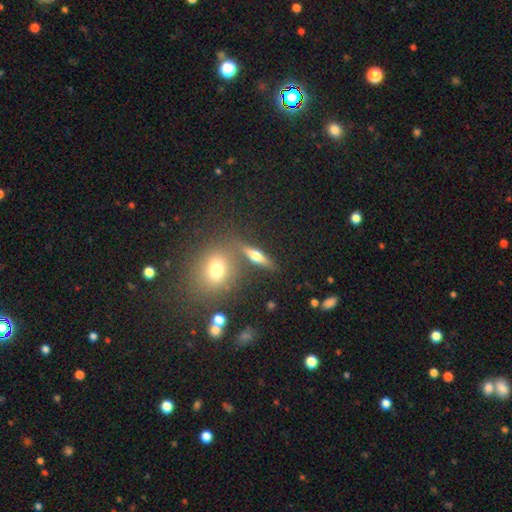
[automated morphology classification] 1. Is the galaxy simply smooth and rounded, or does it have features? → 45% smooth, 43% featured or disk, 12% star or artifact.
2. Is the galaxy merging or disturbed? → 72% none, 13% merger, 11% minor disturbance, 5% major disturbance.